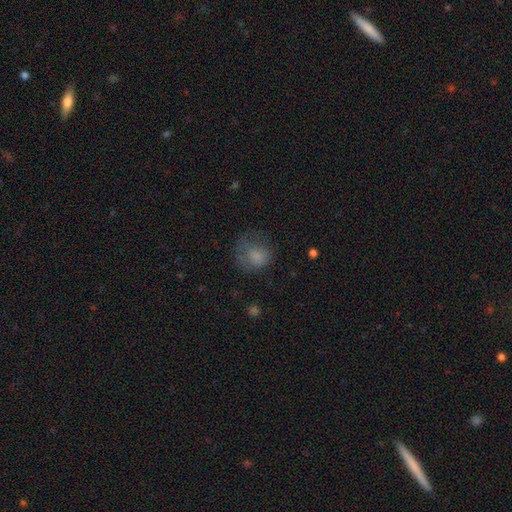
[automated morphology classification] Overall: smooth (72%). How rounded: round (68%; in between 31%). Merging: none (44%; major disturbance 29%).